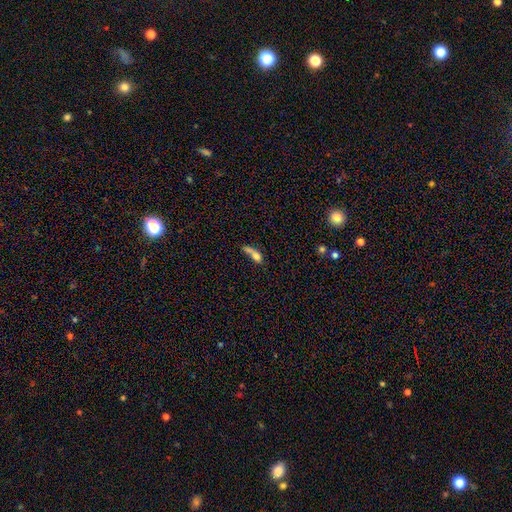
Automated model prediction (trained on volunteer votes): Overall: smooth (66%). How rounded: in between (56%; cigar-shaped 31%). Merging: merger (36%; major disturbance 25%).